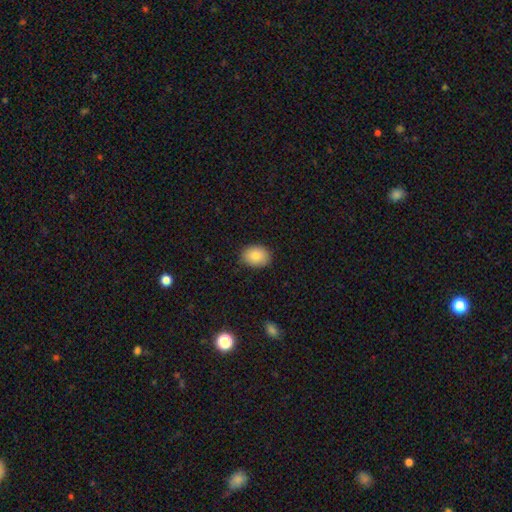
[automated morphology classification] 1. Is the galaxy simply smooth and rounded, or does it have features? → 85% smooth, 8% star or artifact, 7% featured or disk.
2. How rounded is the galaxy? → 64% in between, 35% round, 1% cigar-shaped.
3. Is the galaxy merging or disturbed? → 84% none, 12% minor disturbance, 2% major disturbance, 1% merger.